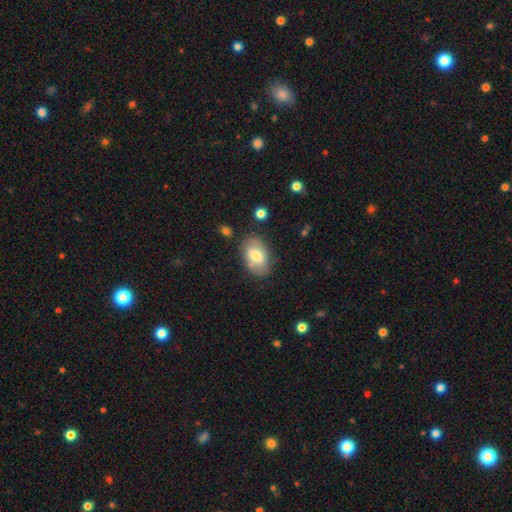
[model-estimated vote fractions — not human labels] smooth 70%, featured or disk 24%, star or artifact 7%. Down the decision tree: how rounded — in between (92%); merging — none (75%).